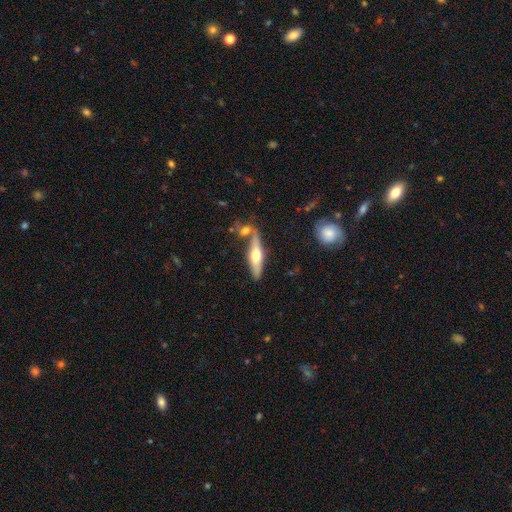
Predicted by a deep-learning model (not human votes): smooth-or-featured: featured or disk: 52% | smooth: 43% | star or artifact: 6%
  disk-edge-on: yes: 85% | no: 15%
  merging: none: 59% | merger: 23% | minor disturbance: 13% | major disturbance: 5%